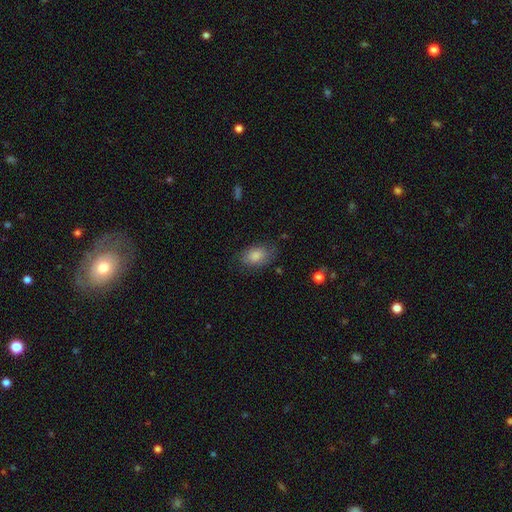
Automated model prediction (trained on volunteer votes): smooth-or-featured: smooth: 83% | featured or disk: 9% | star or artifact: 8%
  how-rounded: in between: 87% | round: 11% | cigar-shaped: 2%
  merging: none: 69% | minor disturbance: 22% | major disturbance: 7% | merger: 2%